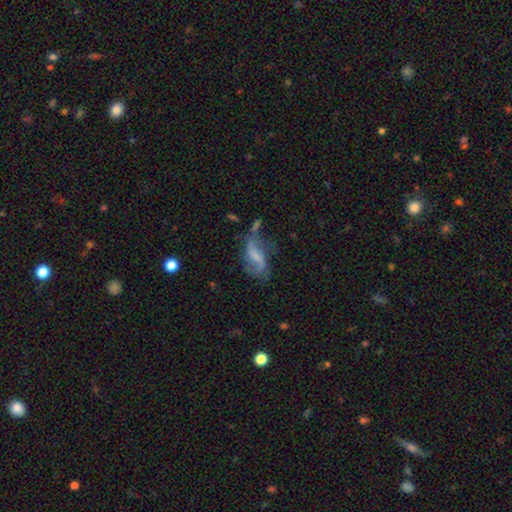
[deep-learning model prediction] This appears to be a featured or disk galaxy (67%) with a weak bar (42%), 2 (78%) loose (77%) spiral arms (80%) and no central bulge (51%). Merging: none (36%).